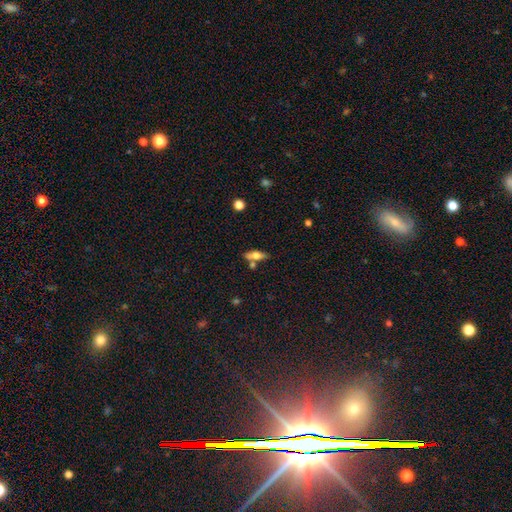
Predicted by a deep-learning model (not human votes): Smooth or featured? Predicted: smooth (p=0.52). How rounded? Predicted: in between (p=0.57). Merging? Predicted: none (p=0.63).